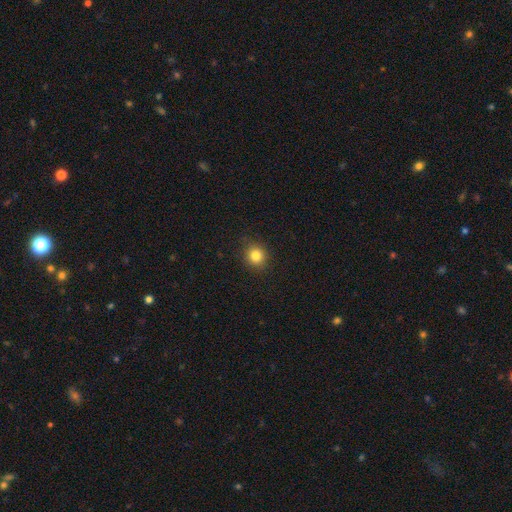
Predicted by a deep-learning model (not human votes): Smooth or featured?
  - smooth: 83% *
  - star or artifact: 12%
  - featured or disk: 5%
How rounded?
  - round: 89% *
  - in between: 10%
  - cigar-shaped: 1%
Merging?
  - none: 90% *
  - minor disturbance: 7%
  - major disturbance: 2%
  - merger: 1%